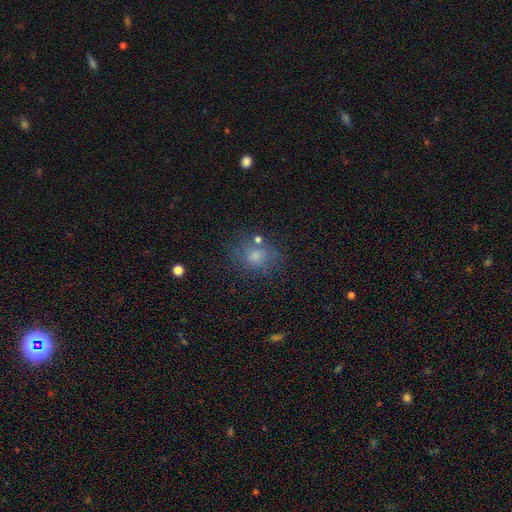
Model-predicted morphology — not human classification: This is likely a smooth galaxy (70%). How rounded: likely round (65%). Merging: likely none (71%).